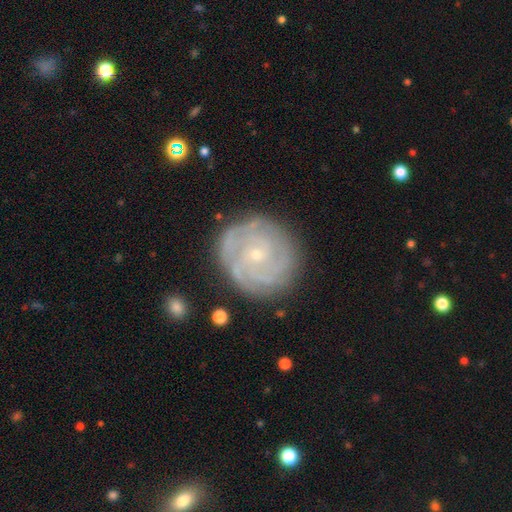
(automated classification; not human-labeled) Smooth or featured?
  - featured or disk: 80% *
  - smooth: 13%
  - star or artifact: 7%
Edge-on disk?
  - no: 98% *
  - yes: 2%
Bar?
  - no: 76% *
  - weak: 19%
  - strong: 5%
Spiral arms?
  - yes: 94% *
  - no: 6%
Spiral winding?
  - tight: 77% *
  - medium: 19%
  - loose: 4%
Spiral arm count?
  - can't tell: 30% *
  - 3: 23%
  - 2: 17%
  - 4: 17%
  - more than 4: 7%
  - 1: 6%
Bulge size?
  - small: 83% *
  - moderate: 14%
  - none: 1%
  - large: 1%
  - dominant: 1%
Merging?
  - none: 82% *
  - minor disturbance: 13%
  - major disturbance: 4%
  - merger: 1%